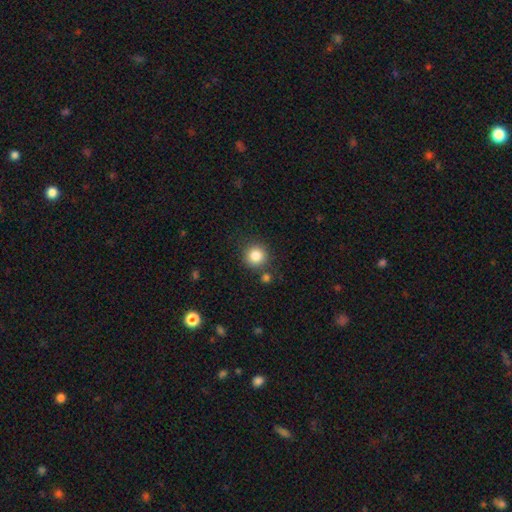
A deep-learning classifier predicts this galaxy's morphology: Q: Smooth or featured?
A: smooth (84%); runner-up: star or artifact (10%)
Q: How rounded?
A: round (94%); runner-up: in between (5%)
Q: Merging?
A: none (81%); runner-up: minor disturbance (9%)